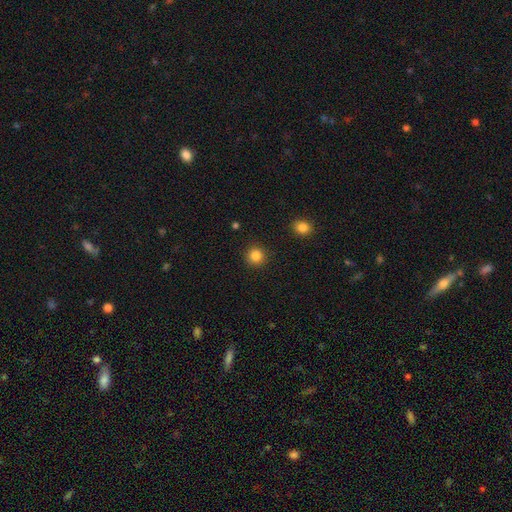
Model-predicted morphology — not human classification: smooth_or_featured: smooth (p=0.85) [alt: star or artifact p=0.11]
how_rounded: round (p=0.94) [alt: in between p=0.05]
merging: none (p=0.91) [alt: minor disturbance p=0.05]